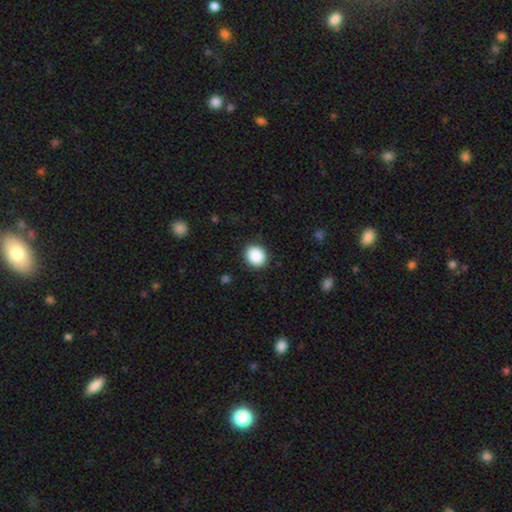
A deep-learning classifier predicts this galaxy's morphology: This is clearly a smooth galaxy (90%). How rounded: likely round (74%). Merging: clearly none (89%).